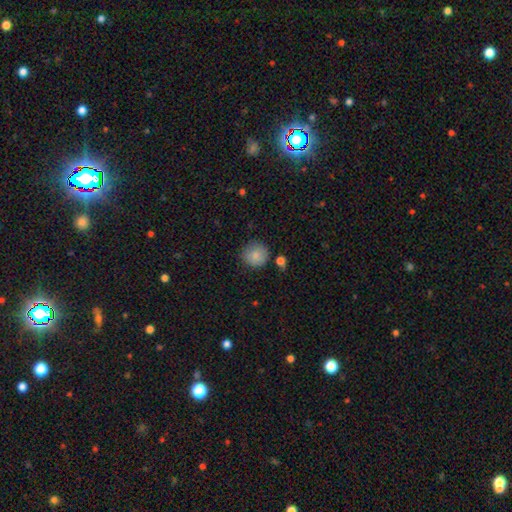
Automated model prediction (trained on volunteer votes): smooth 84%, star or artifact 9%, featured or disk 7%. Down the decision tree: how rounded — round (93%); merging — none (80%).